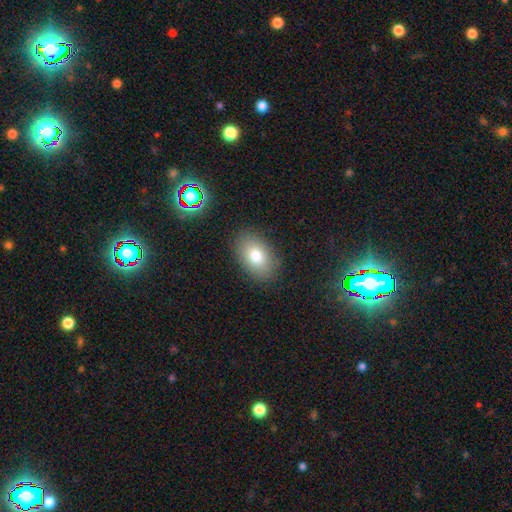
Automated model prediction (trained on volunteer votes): The model was most divided on "smooth or featured": smooth: 80%, featured or disk: 11%, star or artifact: 9%. More confident: how rounded — in between (88%); merging — none (86%).